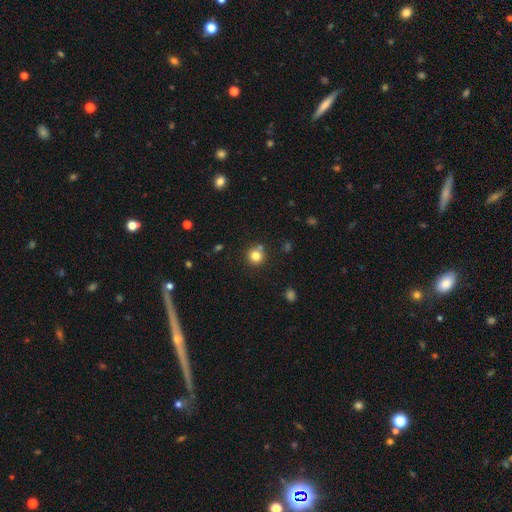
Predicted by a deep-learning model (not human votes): smooth_or_featured: smooth (p=0.80) [alt: star or artifact p=0.13]
how_rounded: round (p=0.93) [alt: in between p=0.06]
merging: none (p=0.79) [alt: merger p=0.10]